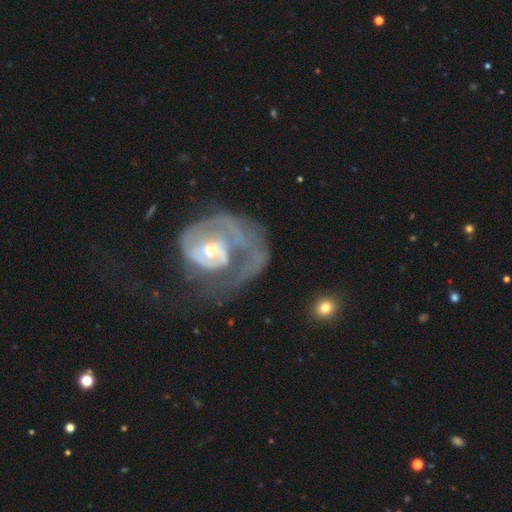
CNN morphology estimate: smooth-or-featured: featured or disk: 74% | smooth: 19% | star or artifact: 8%
  disk-edge-on: no: 97% | yes: 3%
    bar: no: 67% | weak: 25% | strong: 8%
    has-spiral-arms: yes: 66% | no: 34%
    bulge-size: moderate: 55% | small: 38% | large: 4% | none: 2% | dominant: 1%
  merging: major disturbance: 54% | none: 20% | merger: 13% | minor disturbance: 13%